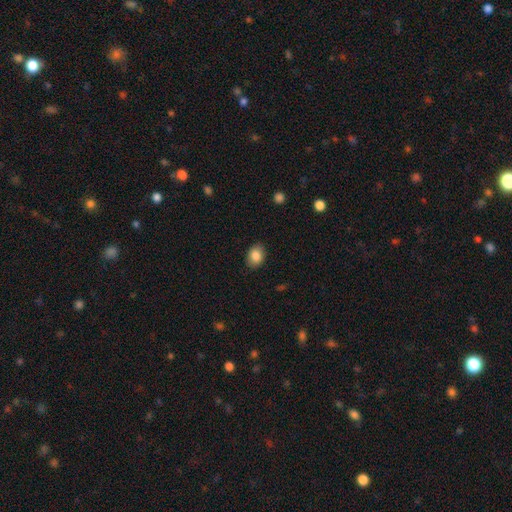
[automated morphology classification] smooth-or-featured: smooth: 86% | star or artifact: 8% | featured or disk: 6%
  how-rounded: in between: 68% | round: 31% | cigar-shaped: 1%
  merging: none: 86% | minor disturbance: 11% | major disturbance: 2% | merger: 1%